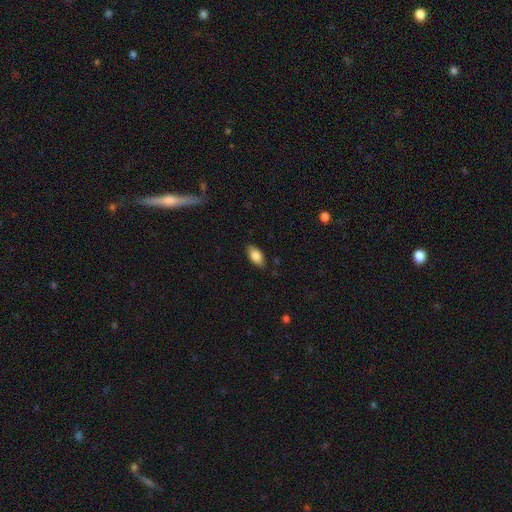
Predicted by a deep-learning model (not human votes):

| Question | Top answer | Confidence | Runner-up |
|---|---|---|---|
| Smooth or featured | smooth | 83% | featured or disk (10%) |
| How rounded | in between | 91% | cigar-shaped (6%) |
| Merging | none | 86% | minor disturbance (11%) |